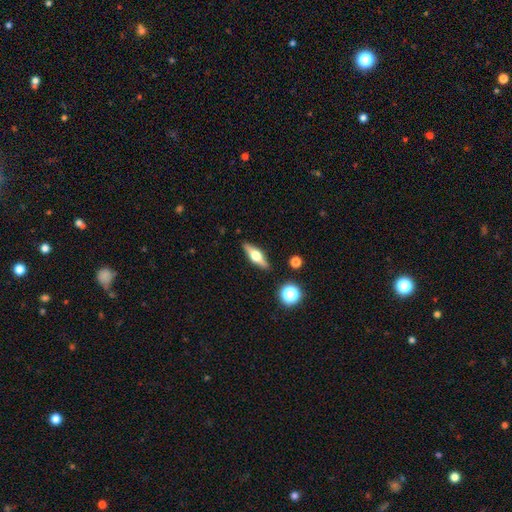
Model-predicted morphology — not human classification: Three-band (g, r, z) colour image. It shows a featured or disk galaxy (58%) viewed edge-on (93%) with a rounded central bulge (94%). Merging: none (88%).